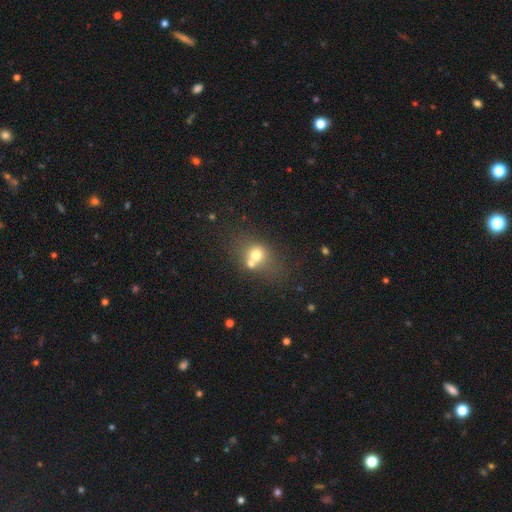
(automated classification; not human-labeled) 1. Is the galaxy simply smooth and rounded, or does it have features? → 67% smooth, 19% featured or disk, 14% star or artifact.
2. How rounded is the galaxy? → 66% round, 33% in between, 1% cigar-shaped.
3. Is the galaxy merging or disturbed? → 46% merger, 40% none, 9% minor disturbance, 5% major disturbance.